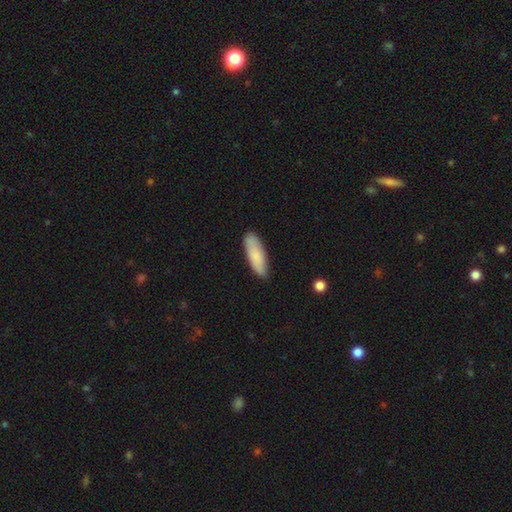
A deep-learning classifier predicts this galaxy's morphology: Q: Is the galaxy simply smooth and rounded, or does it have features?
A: smooth — 82%.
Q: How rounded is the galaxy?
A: in between — 55%.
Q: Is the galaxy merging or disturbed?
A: none — 82%.